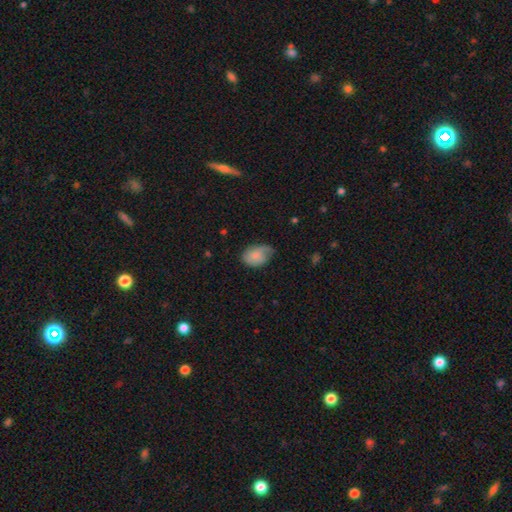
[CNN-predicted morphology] A smooth galaxy with no disk features (73%) that is in between round and cigar-shaped (81%). Merging: none (45%).